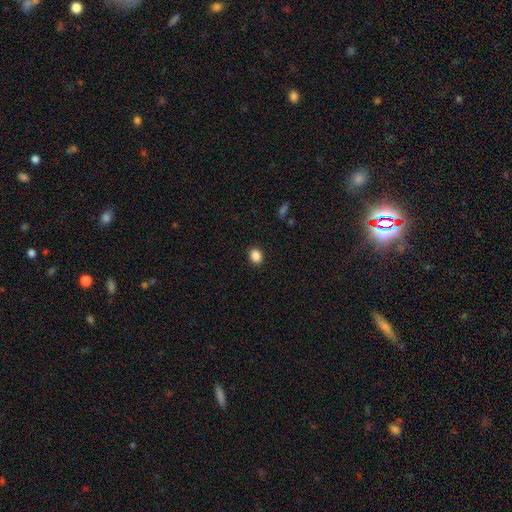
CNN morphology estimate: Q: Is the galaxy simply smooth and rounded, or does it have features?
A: smooth — 88%.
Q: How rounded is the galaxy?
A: in between — 52%.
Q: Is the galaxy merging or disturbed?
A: none — 90%.